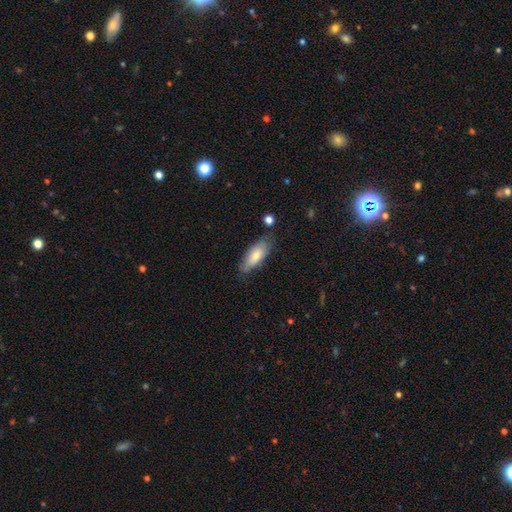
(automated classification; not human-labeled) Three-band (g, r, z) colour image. It shows a smooth galaxy with no disk features (72%) that is in between round and cigar-shaped (77%). Merging: none (70%).